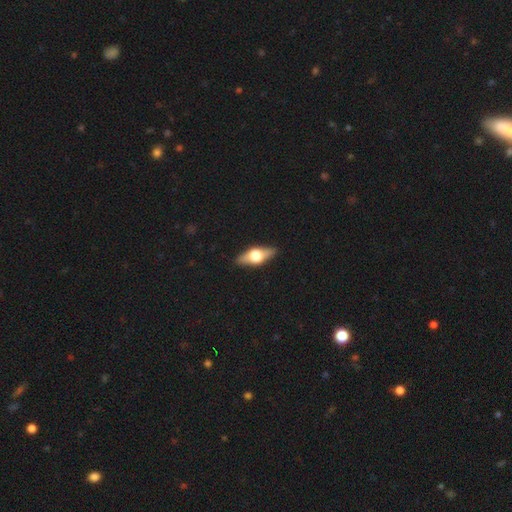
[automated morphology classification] smooth_or_featured: featured or disk (p=0.60) [alt: smooth p=0.33]
disk_edge_on: yes (p=0.92) [alt: no p=0.08]
edge_on_bulge: rounded (p=0.95) [alt: boxy p=0.04]
merging: none (p=0.89) [alt: minor disturbance p=0.08]